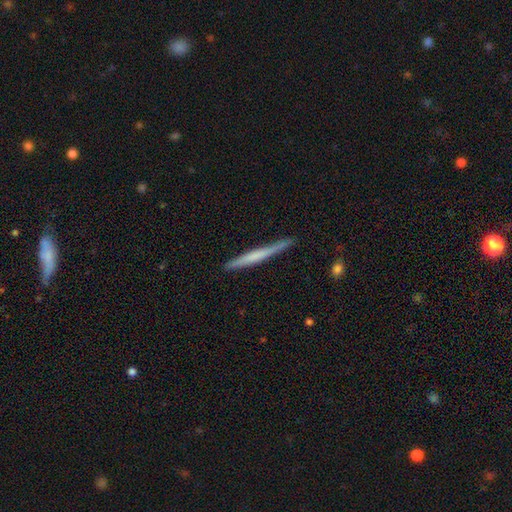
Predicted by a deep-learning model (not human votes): smooth-or-featured: featured or disk: 49% | smooth: 46% | star or artifact: 5%
  merging: none: 86% | minor disturbance: 11% | major disturbance: 2% | merger: 1%